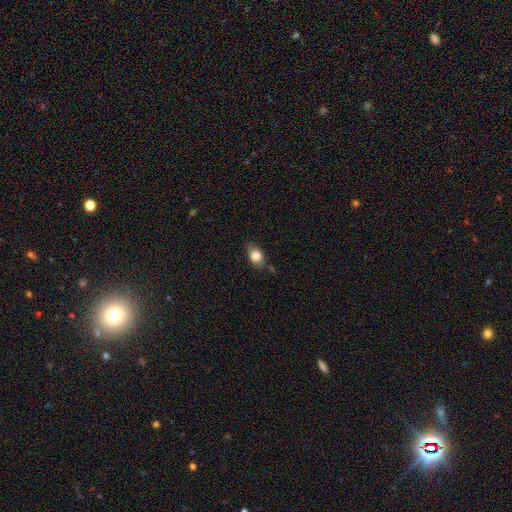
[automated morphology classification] The model was most divided on "how rounded": in between: 71%, round: 27%, cigar-shaped: 2%. More confident: smooth or featured — smooth (82%); merging — none (68%).